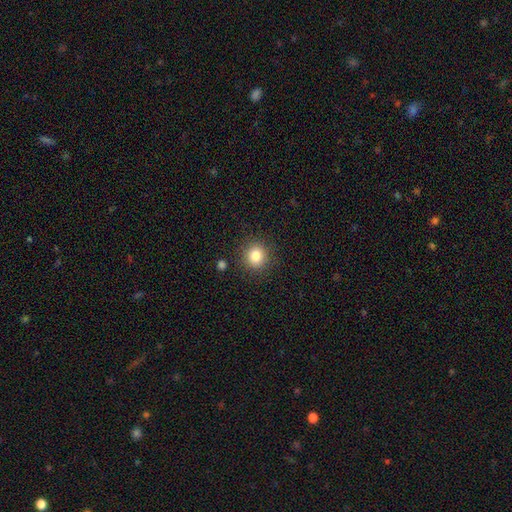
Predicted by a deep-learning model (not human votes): Overall: smooth (82%). How rounded: round (90%). Merging: none (88%).